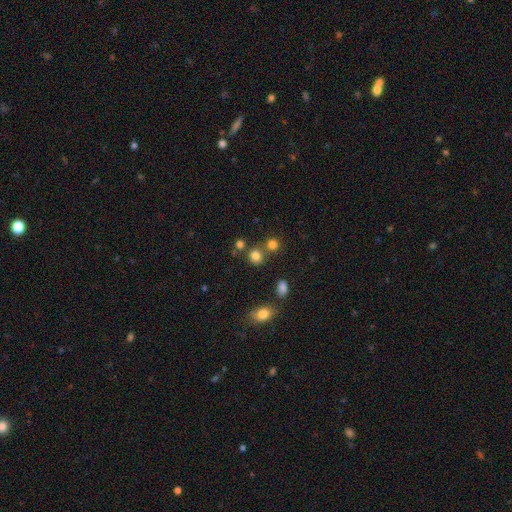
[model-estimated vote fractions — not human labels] A smooth galaxy with no disk features (78%) that is round (83%). Merging: none (66%).